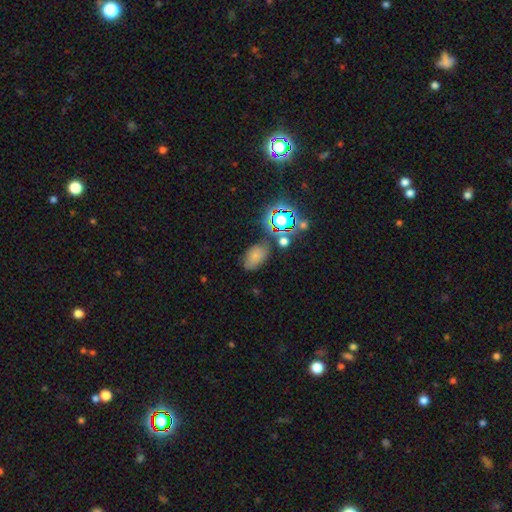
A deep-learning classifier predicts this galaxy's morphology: smooth 68%, star or artifact 21%, featured or disk 11%. Down the decision tree: how rounded — in between (87%); merging — none (68%).